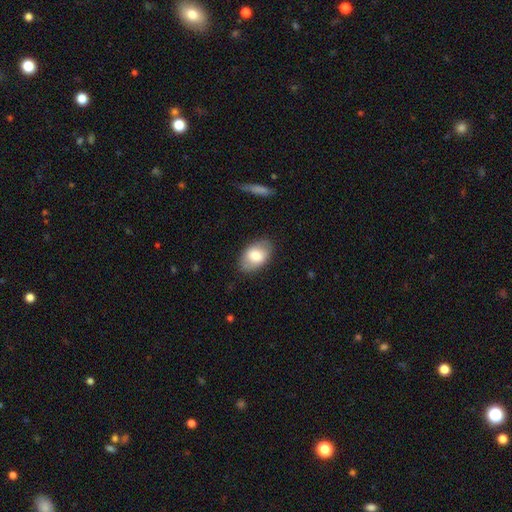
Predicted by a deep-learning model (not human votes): Smooth or featured? smooth (73%)
How rounded? in between (89%)
Merging? none (83%)